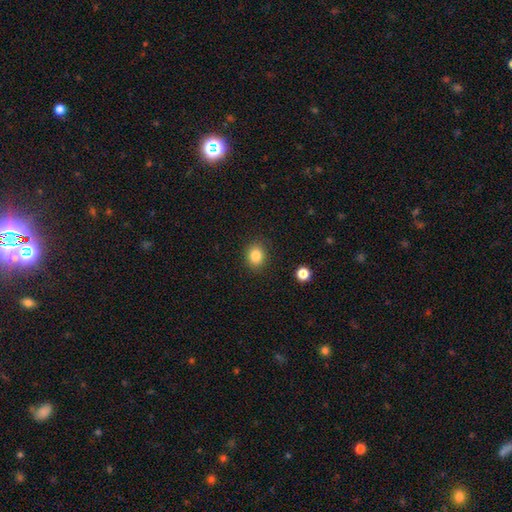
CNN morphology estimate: Smooth or featured?
  - smooth: 84% *
  - star or artifact: 11%
  - featured or disk: 5%
How rounded?
  - round: 62% *
  - in between: 37%
  - cigar-shaped: 1%
Merging?
  - none: 88% *
  - minor disturbance: 8%
  - major disturbance: 2%
  - merger: 1%